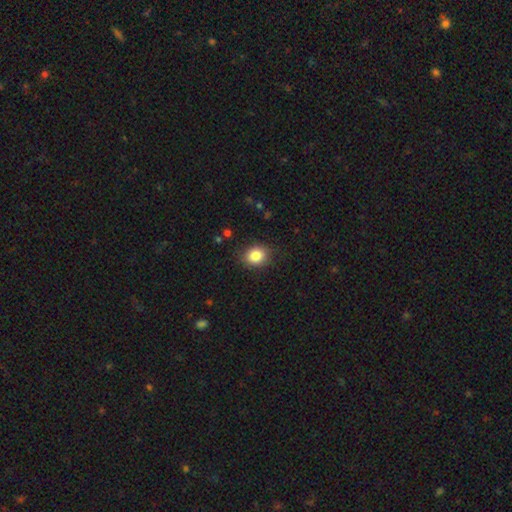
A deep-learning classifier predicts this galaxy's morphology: A smooth galaxy with no disk features (86%) that is round (63%).

Vote fractions:
- Smooth or featured? smooth: 86% / star or artifact: 9% / featured or disk: 5%
- How rounded? round: 63% / in between: 36% / cigar-shaped: 1%
- Merging? none: 84% / minor disturbance: 12% / major disturbance: 3% / merger: 1%